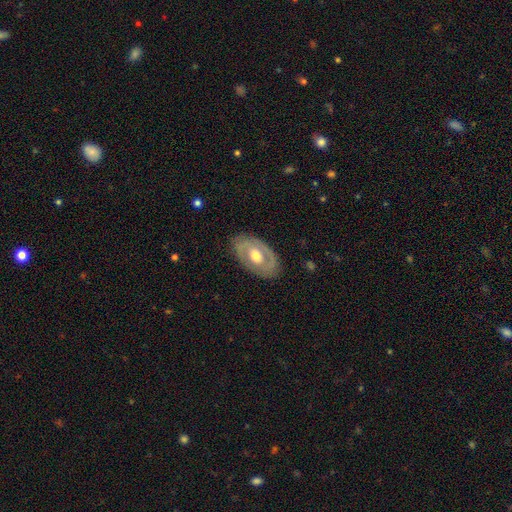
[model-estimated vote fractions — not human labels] The model was most divided on "smooth or featured": featured or disk: 61%, smooth: 34%, star or artifact: 5%. More confident: edge-on disk — no (90%); merging — none (81%); bar — no (75%); bulge size — moderate (72%); spiral arms — no (68%).